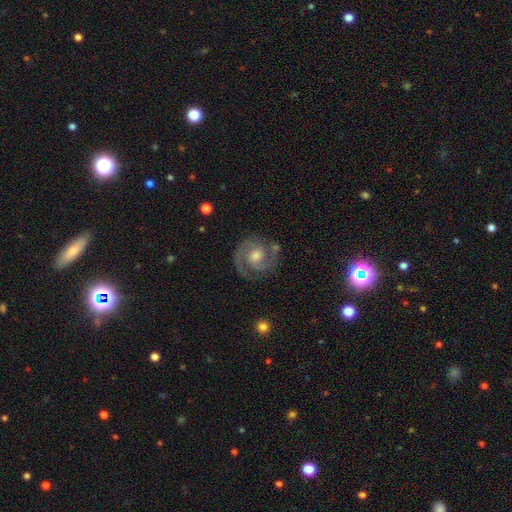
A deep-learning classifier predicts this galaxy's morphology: Smooth or featured? featured or disk (88%)
Edge-on disk? no (98%)
Bar? no (53%)
Spiral arms? yes (98%)
Spiral winding? tight (54%)
Spiral arm count? 2 (90%)
Bulge size? moderate (63%)
Merging? none (83%)